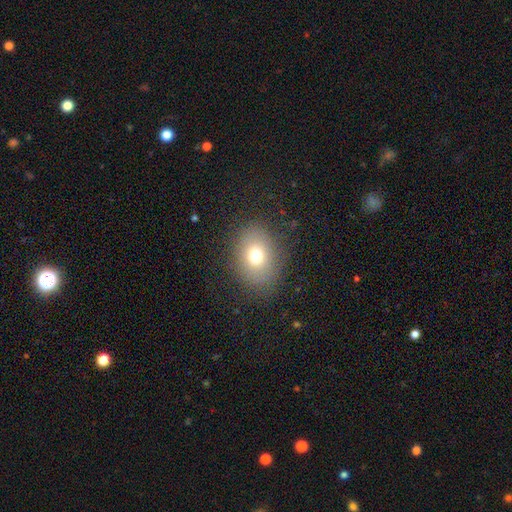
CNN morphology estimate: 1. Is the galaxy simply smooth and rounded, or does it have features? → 72% smooth, 14% featured or disk, 14% star or artifact.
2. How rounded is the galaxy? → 60% in between, 39% round, 1% cigar-shaped.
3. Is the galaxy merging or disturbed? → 83% none, 11% minor disturbance, 5% major disturbance, 1% merger.